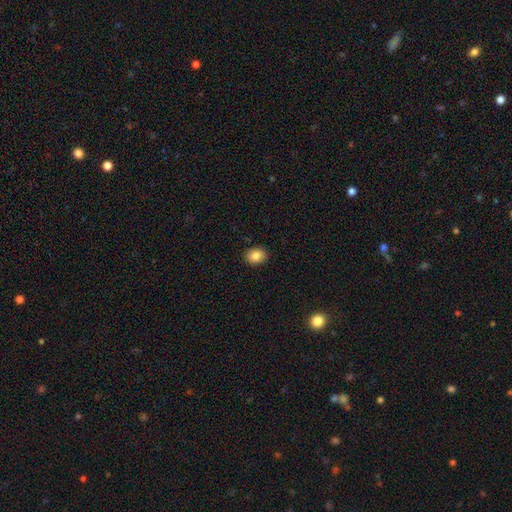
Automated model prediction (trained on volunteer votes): This appears to be a smooth galaxy with no disk features (86%) that is in between round and cigar-shaped (61%). Merging: none (90%).